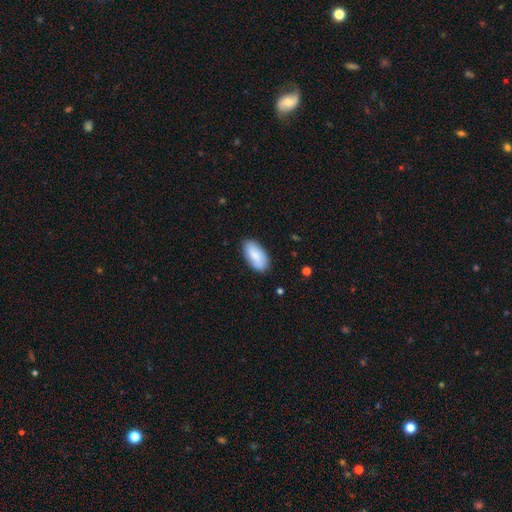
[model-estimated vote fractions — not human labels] The model was most divided on "merging": none: 83%, minor disturbance: 13%, major disturbance: 2%, merger: 1%. More confident: how rounded — in between (93%); smooth or featured — smooth (83%).